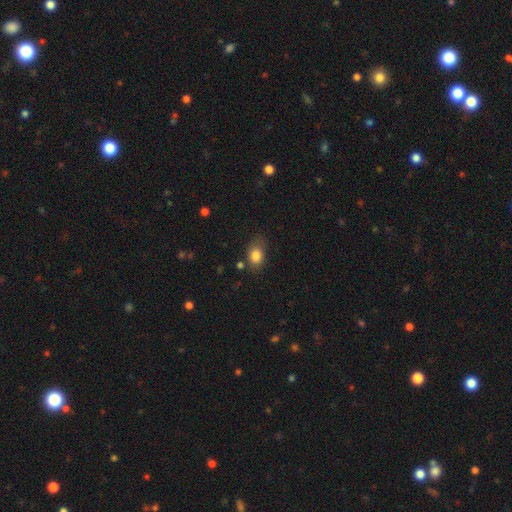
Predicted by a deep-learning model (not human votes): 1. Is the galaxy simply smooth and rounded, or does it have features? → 84% smooth, 9% star or artifact, 7% featured or disk.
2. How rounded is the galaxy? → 74% in between, 24% round, 2% cigar-shaped.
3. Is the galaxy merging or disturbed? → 65% none, 23% minor disturbance, 7% major disturbance, 4% merger.